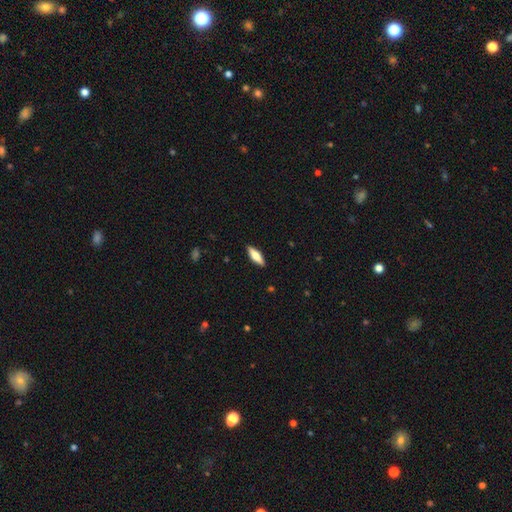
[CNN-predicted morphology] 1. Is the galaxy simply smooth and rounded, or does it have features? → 58% smooth, 36% featured or disk, 6% star or artifact.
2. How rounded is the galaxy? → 50% cigar-shaped, 48% in between, 2% round.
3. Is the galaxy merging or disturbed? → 90% none, 8% minor disturbance, 2% major disturbance, 1% merger.